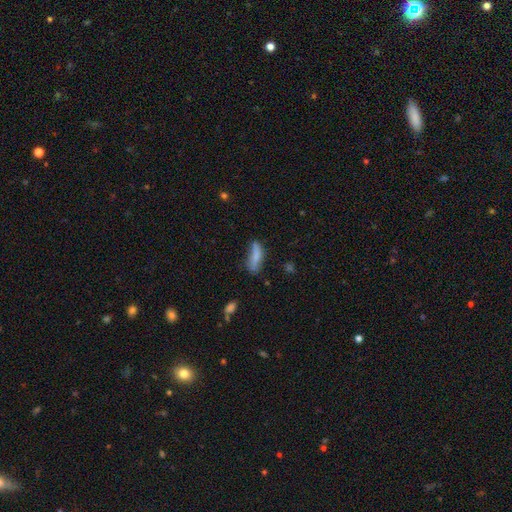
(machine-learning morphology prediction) A smooth galaxy with no disk features (77%) that is cigar-shaped (53%). Merging: none (51%).